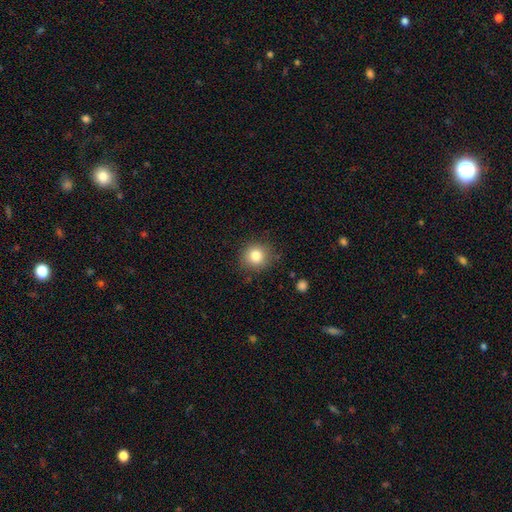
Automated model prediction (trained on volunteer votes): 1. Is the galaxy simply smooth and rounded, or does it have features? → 82% smooth, 11% star or artifact, 7% featured or disk.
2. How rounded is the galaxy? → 90% round, 9% in between, 1% cigar-shaped.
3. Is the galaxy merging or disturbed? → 85% none, 10% minor disturbance, 3% major disturbance, 2% merger.